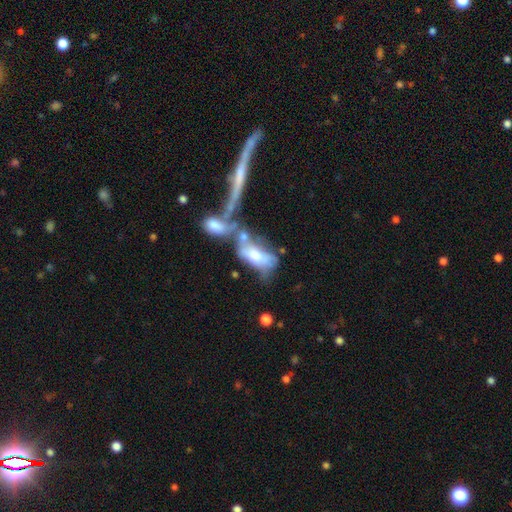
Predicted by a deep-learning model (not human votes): A smooth galaxy with no disk features (49%). Merging: merger (54%).